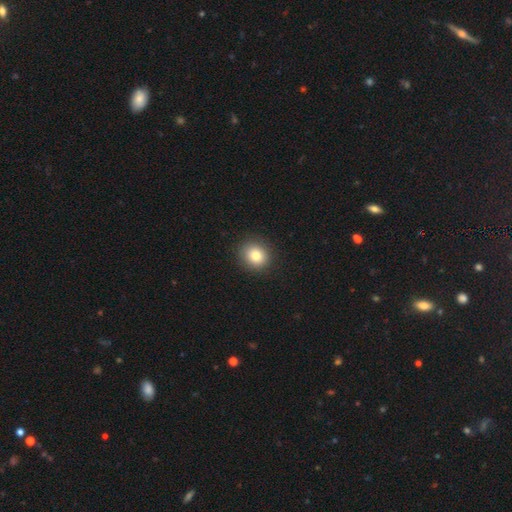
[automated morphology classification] smooth 80%, star or artifact 11%, featured or disk 9%. Down the decision tree: how rounded — round (82%); merging — none (90%).